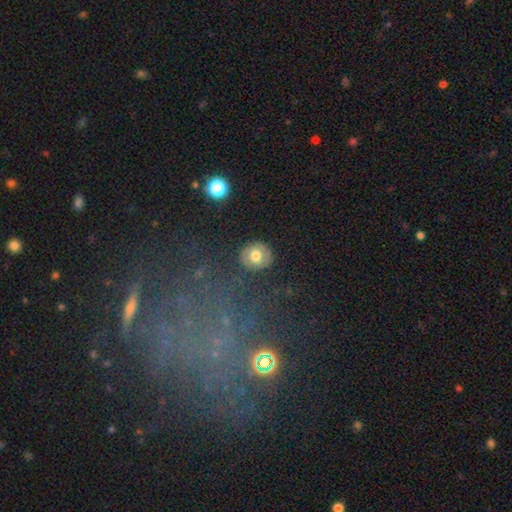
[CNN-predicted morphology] Smooth or featured? smooth (68%)
How rounded? round (81%)
Merging? none (86%)